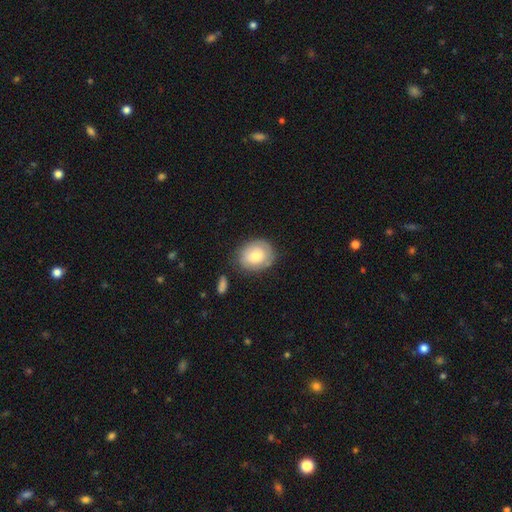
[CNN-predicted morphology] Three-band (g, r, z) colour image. It shows a smooth galaxy with no disk features (69%) that is round (59%). Merging: none (72%).